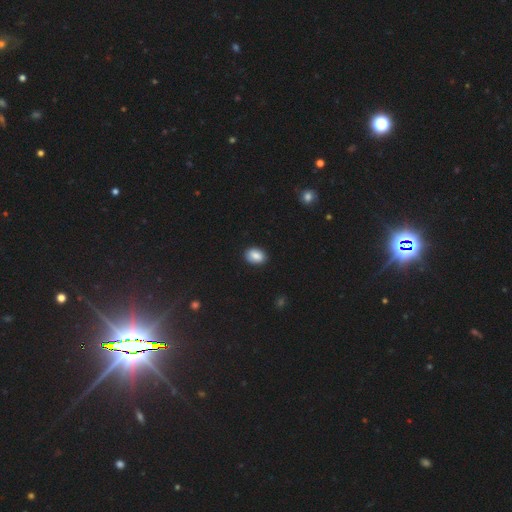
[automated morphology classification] smooth-or-featured: smooth: 85% | star or artifact: 8% | featured or disk: 7%
  how-rounded: in between: 78% | round: 21% | cigar-shaped: 1%
  merging: none: 87% | minor disturbance: 10% | major disturbance: 2% | merger: 1%